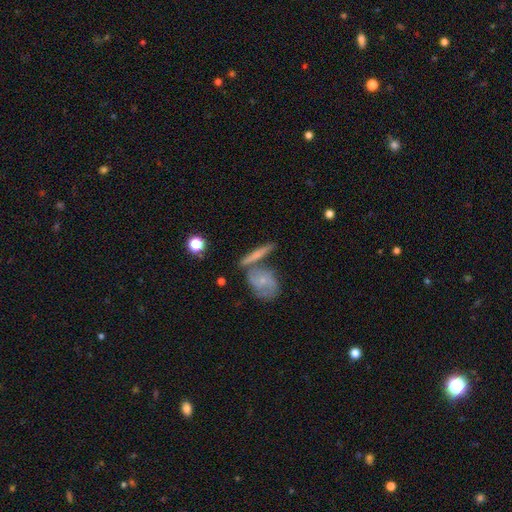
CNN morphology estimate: A featured or disk galaxy (48%). Merging: none (57%).